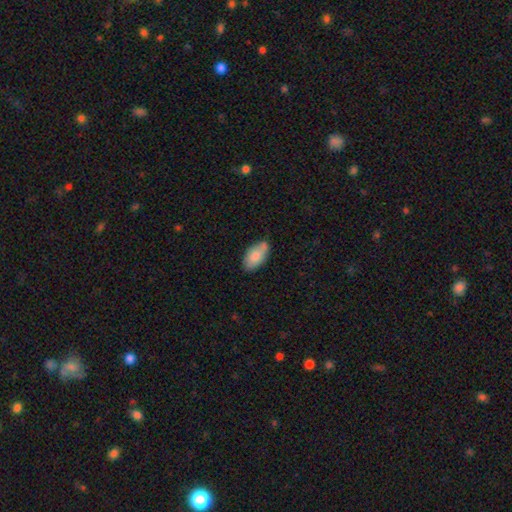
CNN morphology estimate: A smooth galaxy with no disk features (80%) that is in between round and cigar-shaped (94%). Merging: none (66%).